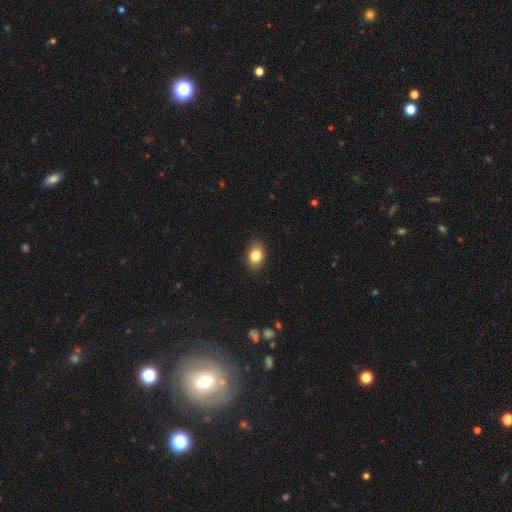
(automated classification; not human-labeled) Smooth or featured?
  - smooth: 83% *
  - star or artifact: 9%
  - featured or disk: 8%
How rounded?
  - in between: 79% *
  - round: 20%
  - cigar-shaped: 1%
Merging?
  - none: 88% *
  - minor disturbance: 9%
  - major disturbance: 2%
  - merger: 1%